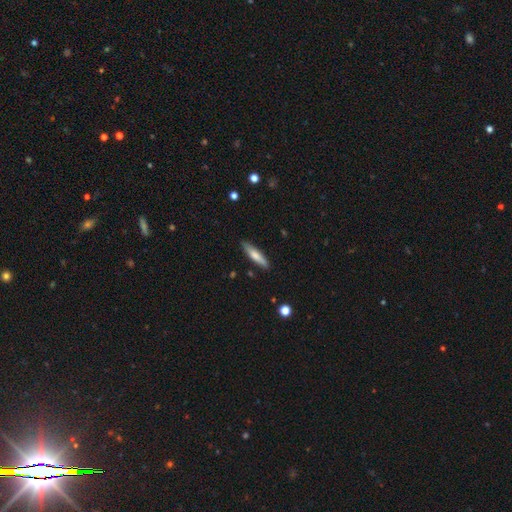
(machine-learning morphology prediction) type=smooth (67%); roundness=cigar-shaped (80%); merging=none (86%).